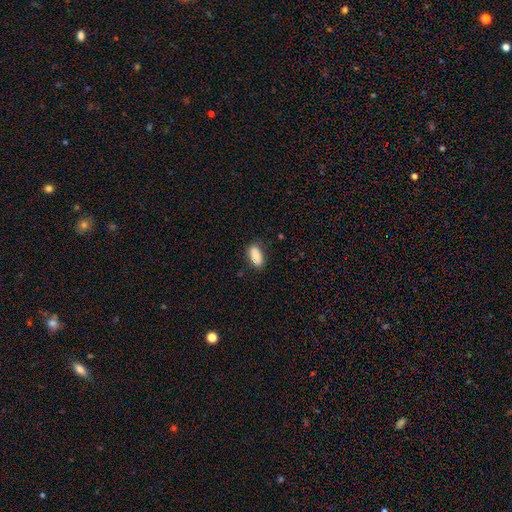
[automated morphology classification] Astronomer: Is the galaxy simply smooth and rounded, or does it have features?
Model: smooth — 81%.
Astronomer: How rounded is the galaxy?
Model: in between — 90%.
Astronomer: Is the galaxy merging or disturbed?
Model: none — 77%.